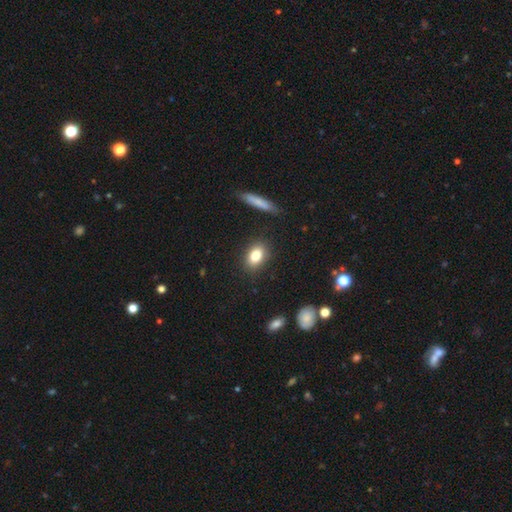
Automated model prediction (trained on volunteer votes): Smooth or featured? smooth (81%)
How rounded? in between (77%)
Merging? none (86%)